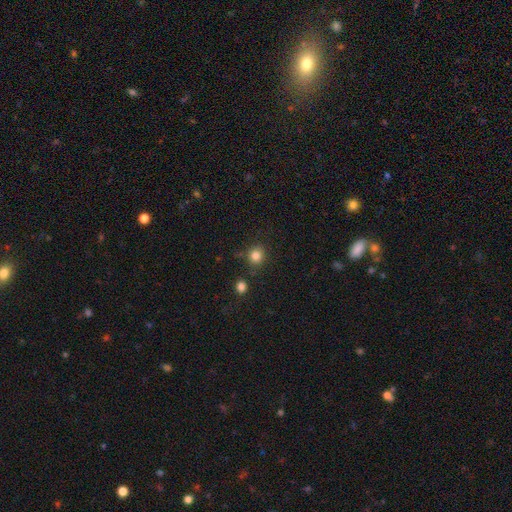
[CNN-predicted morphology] The model was most divided on "how rounded": round: 85%, in between: 14%, cigar-shaped: 1%. More confident: smooth or featured — smooth (84%); merging — none (82%).